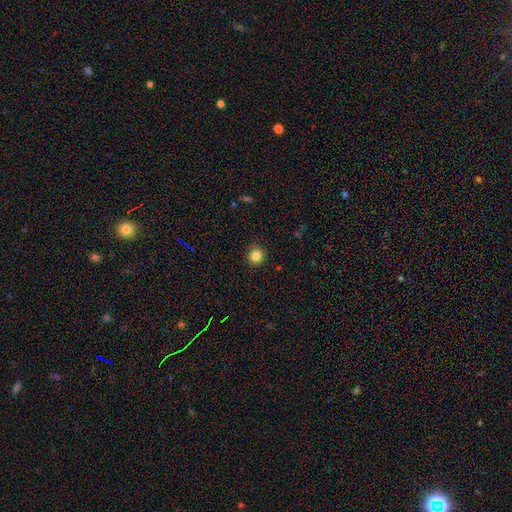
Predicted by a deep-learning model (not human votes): Smooth or featured? Predicted: smooth (p=0.84). How rounded? Predicted: round (p=0.94). Merging? Predicted: none (p=0.92).